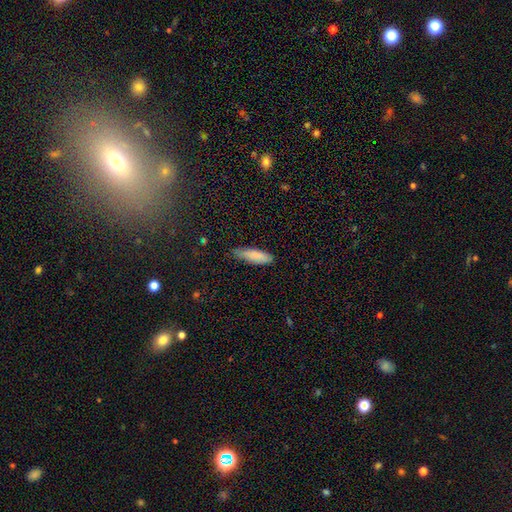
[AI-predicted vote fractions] A smooth galaxy with no disk features (86%) that is cigar-shaped (56%). Merging: none (73%).